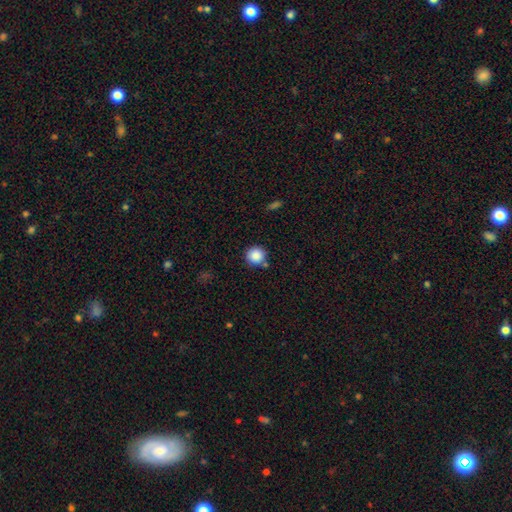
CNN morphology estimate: Smooth or featured? smooth (87%)
How rounded? round (94%)
Merging? none (79%)